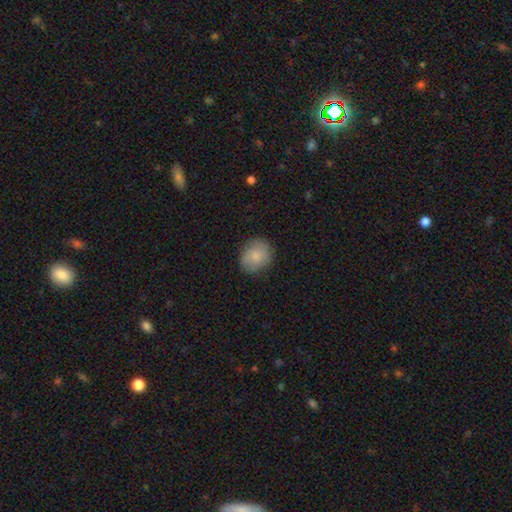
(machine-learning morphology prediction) smooth 82%, featured or disk 11%, star or artifact 7%. Down the decision tree: how rounded — round (62%); merging — none (82%).